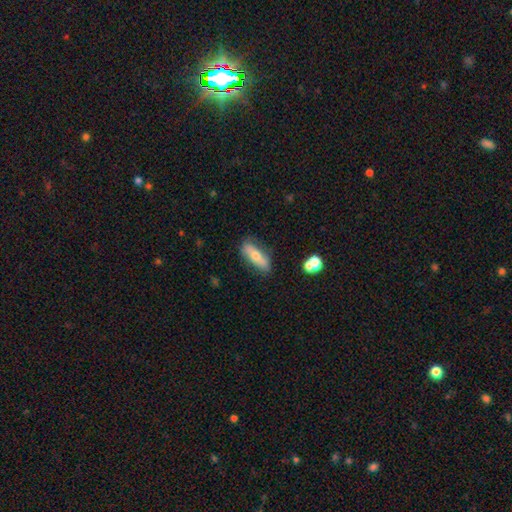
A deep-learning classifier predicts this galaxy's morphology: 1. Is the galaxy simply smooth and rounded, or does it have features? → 57% smooth, 36% featured or disk, 7% star or artifact.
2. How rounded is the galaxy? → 56% in between, 41% cigar-shaped, 3% round.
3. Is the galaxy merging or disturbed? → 78% none, 16% minor disturbance, 4% major disturbance, 3% merger.